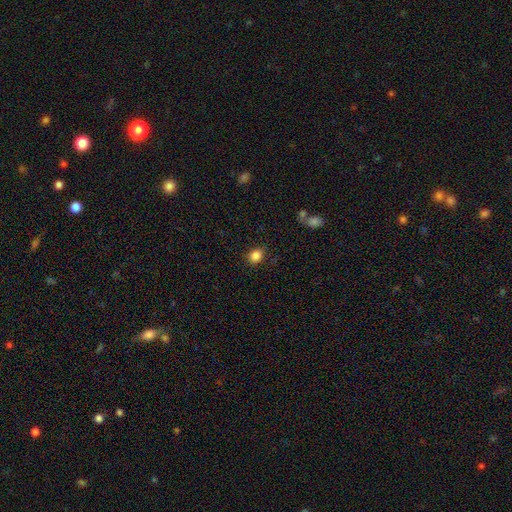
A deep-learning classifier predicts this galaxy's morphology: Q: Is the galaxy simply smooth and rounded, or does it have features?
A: smooth — 85%.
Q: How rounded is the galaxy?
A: round — 57%.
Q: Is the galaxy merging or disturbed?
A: none — 86%.